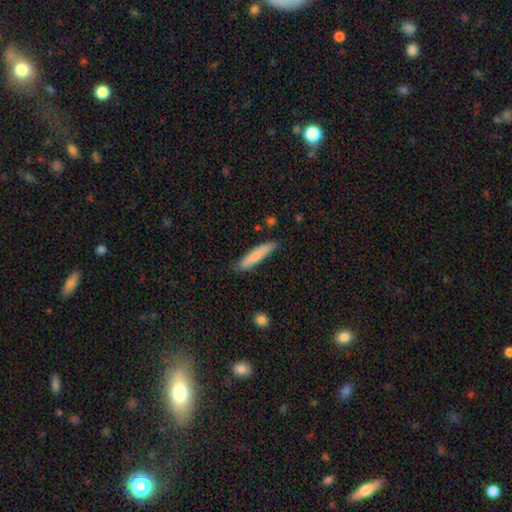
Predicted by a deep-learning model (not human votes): Q: Smooth or featured?
A: smooth (79%); runner-up: featured or disk (16%)
Q: How rounded?
A: cigar-shaped (87%); runner-up: in between (12%)
Q: Merging?
A: none (82%); runner-up: minor disturbance (14%)